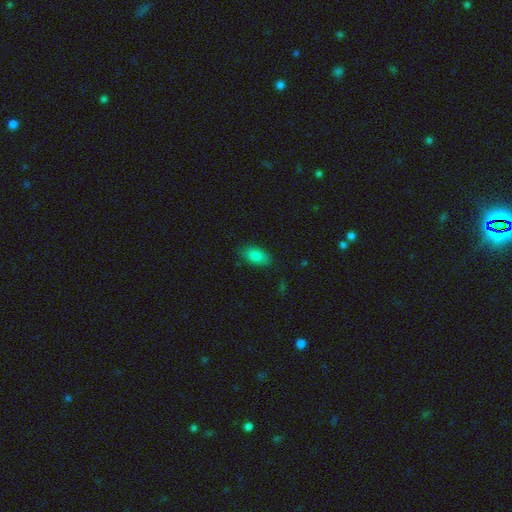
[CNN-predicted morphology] Smooth or featured? Predicted: smooth (p=0.87). How rounded? Predicted: in between (p=0.92). Merging? Predicted: none (p=0.83).